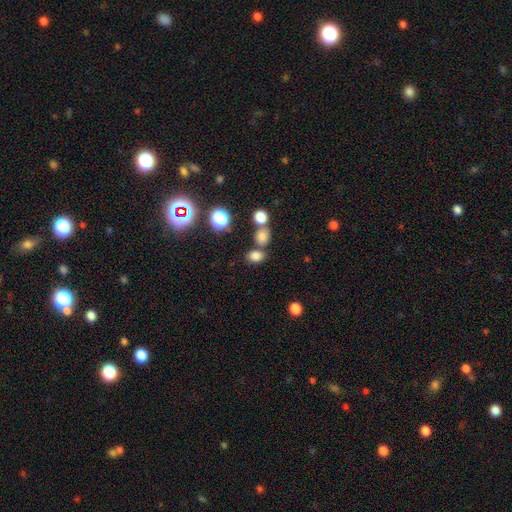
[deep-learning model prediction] Smooth or featured?
  - smooth: 78% *
  - star or artifact: 16%
  - featured or disk: 6%
How rounded?
  - in between: 60% *
  - round: 38%
  - cigar-shaped: 1%
Merging?
  - none: 63% *
  - merger: 22%
  - minor disturbance: 11%
  - major disturbance: 4%